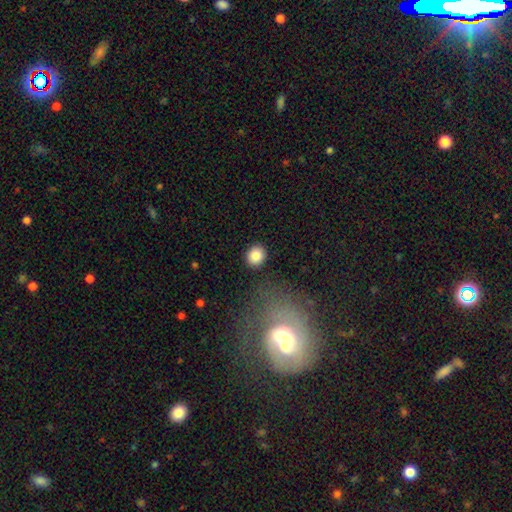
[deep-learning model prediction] Overall: smooth (85%). How rounded: round (81%). Merging: none (89%).